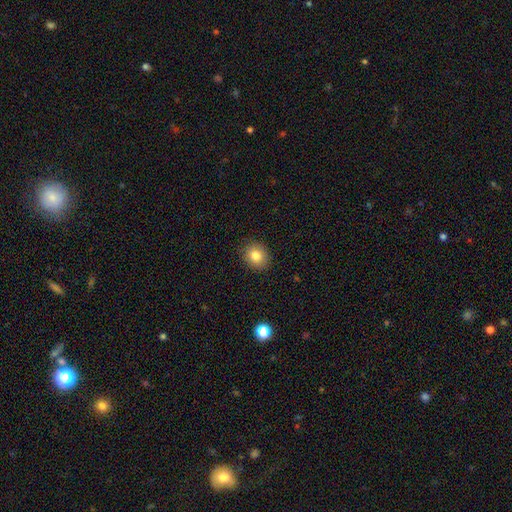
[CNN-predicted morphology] A smooth galaxy with no disk features (83%) that is round (72%).

Vote fractions:
- Smooth or featured? smooth: 83% / star or artifact: 10% / featured or disk: 7%
- How rounded? round: 72% / in between: 27% / cigar-shaped: 1%
- Merging? none: 89% / minor disturbance: 8% / major disturbance: 2% / merger: 1%